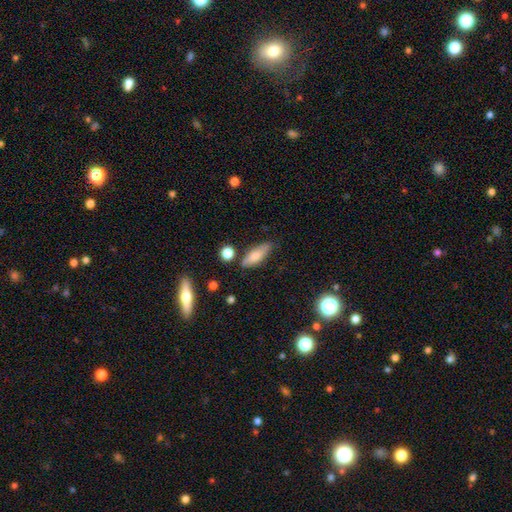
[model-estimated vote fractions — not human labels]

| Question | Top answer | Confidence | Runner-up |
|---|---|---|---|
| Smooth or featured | smooth | 75% | featured or disk (18%) |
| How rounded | in between | 60% | cigar-shaped (37%) |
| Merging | none | 75% | minor disturbance (17%) |